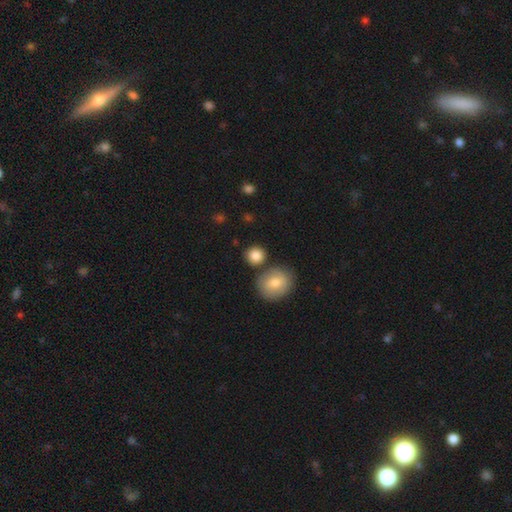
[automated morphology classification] This appears to be a smooth galaxy with no disk features (85%) that is round (87%). Merging: none (75%).